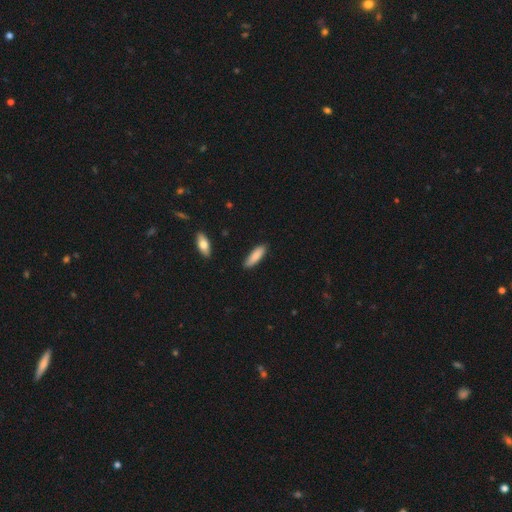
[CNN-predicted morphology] A smooth galaxy with no disk features (87%) that is cigar-shaped (53%). Merging: none (86%).